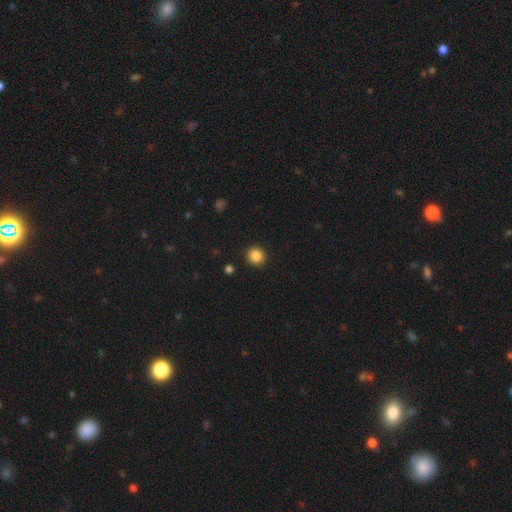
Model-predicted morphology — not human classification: Overall: smooth (86%). How rounded: round (94%). Merging: none (93%).